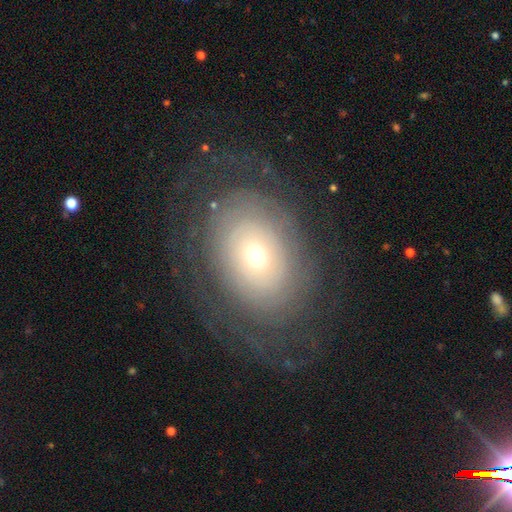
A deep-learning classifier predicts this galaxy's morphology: This is likely a featured or disk galaxy (65%). It is clearly not viewed edge-on (95%). Bar: clearly no (87%). Spiral arm pattern: likely yes (70%). Central bulge: likely small (63%). Merging: likely none (73%).